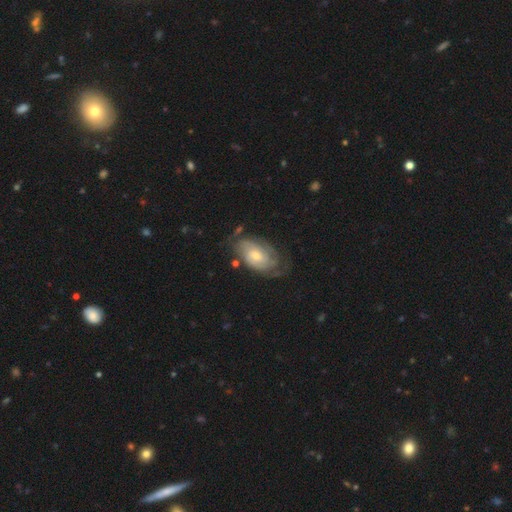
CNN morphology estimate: This is likely a featured or disk galaxy (72%). It is clearly not viewed edge-on (95%). Bar: likely no (65%). Spiral arm pattern: clearly yes (87%). Spiral arm count: possibly can't tell (45%). Spiral winding: likely tight (60%). Central bulge: possibly small (49%). Merging: possibly none (58%).